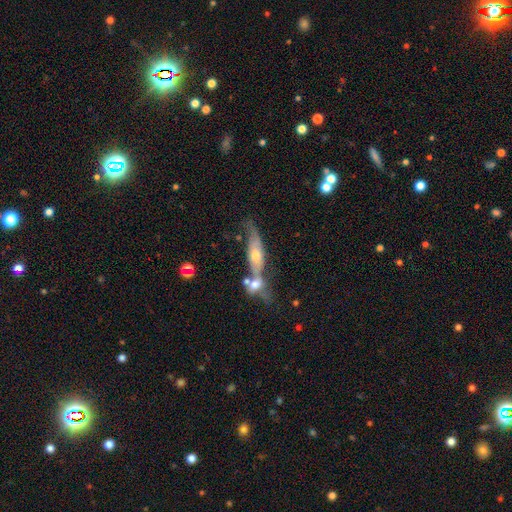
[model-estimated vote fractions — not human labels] Smooth or featured? featured or disk (55%)
Edge-on disk? yes (70%)
Merging? merger (46%)